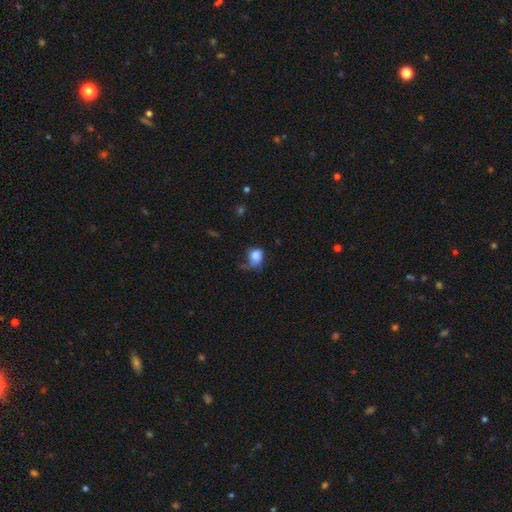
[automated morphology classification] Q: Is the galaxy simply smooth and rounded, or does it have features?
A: smooth — 79%.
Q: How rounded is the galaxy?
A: round — 50%.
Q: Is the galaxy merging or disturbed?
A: minor disturbance — 34%, tied with none.